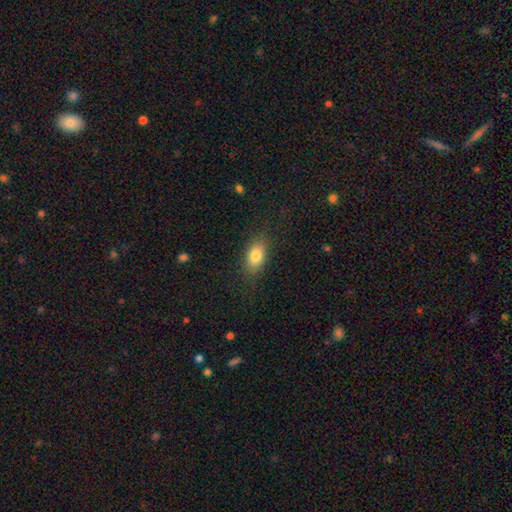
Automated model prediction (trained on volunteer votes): The model was most divided on "merging": none: 83%, minor disturbance: 12%, major disturbance: 4%, merger: 1%. More confident: how rounded — in between (86%); smooth or featured — smooth (81%).